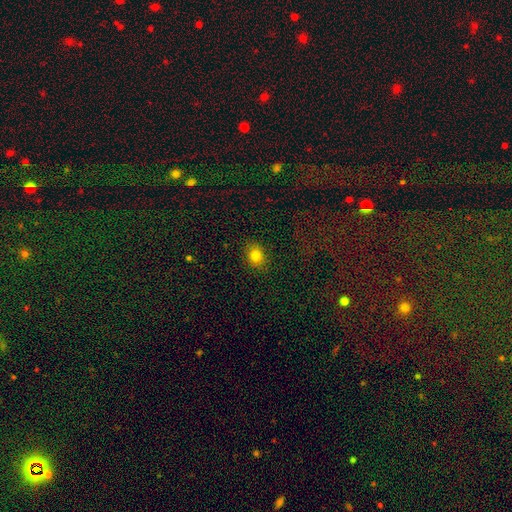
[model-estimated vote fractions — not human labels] Smooth or featured: smooth — 80% (star or artifact — 12%)
How rounded: round — 54% (in between — 45%)
Merging: none — 88% (minor disturbance — 9%)